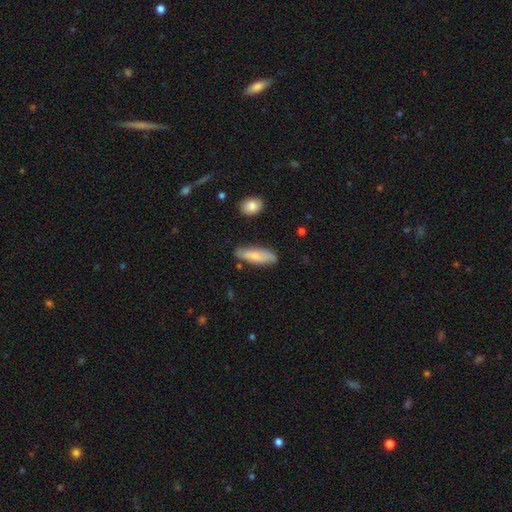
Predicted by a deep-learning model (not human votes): Overall: smooth (76%). How rounded: in between (50%; cigar-shaped 48%). Merging: none (80%).